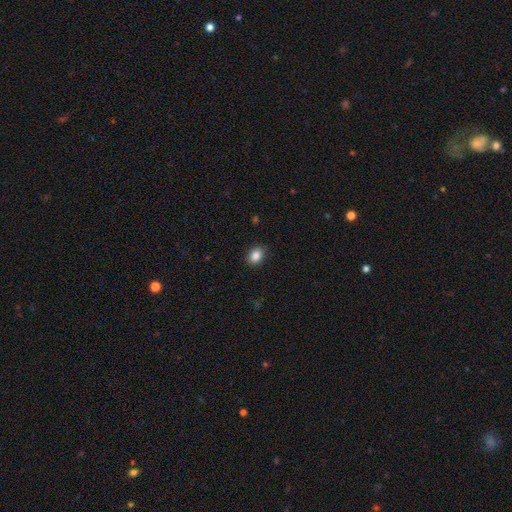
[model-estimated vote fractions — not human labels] The model was most divided on "how rounded": in between: 64%, round: 35%, cigar-shaped: 1%. More confident: merging — none (87%); smooth or featured — smooth (87%).